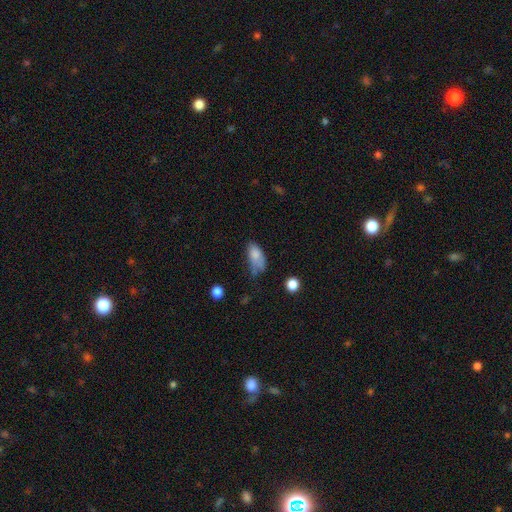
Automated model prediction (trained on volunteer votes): Smooth or featured?
  - smooth: 77% *
  - featured or disk: 14%
  - star or artifact: 9%
How rounded?
  - in between: 90% *
  - round: 5%
  - cigar-shaped: 5%
Merging?
  - minor disturbance: 37% *
  - none: 34%
  - major disturbance: 21%
  - merger: 7%